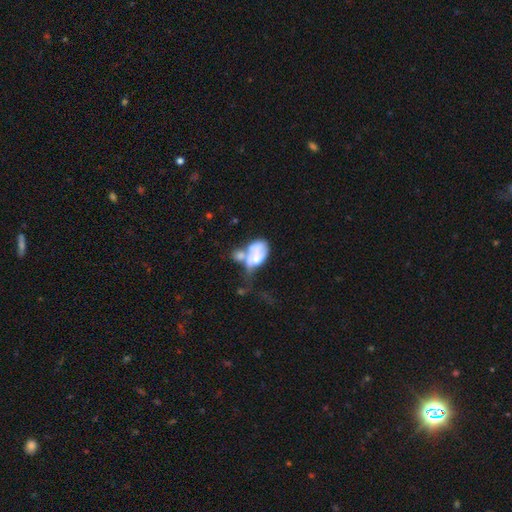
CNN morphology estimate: Smooth or featured?
  - featured or disk: 47% *
  - smooth: 44%
  - star or artifact: 9%
Merging?
  - merger: 58% *
  - major disturbance: 23%
  - none: 10%
  - minor disturbance: 9%